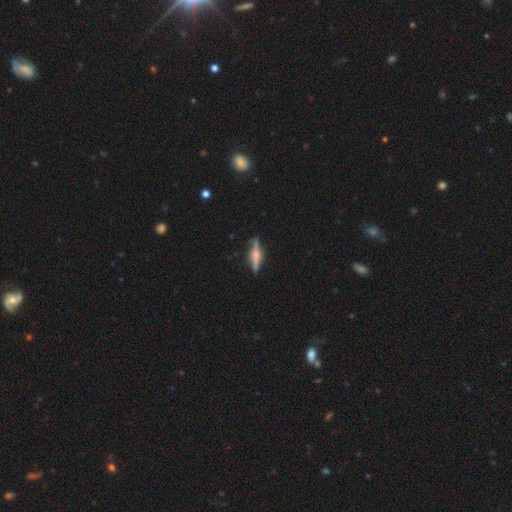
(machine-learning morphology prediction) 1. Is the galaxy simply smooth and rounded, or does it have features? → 65% featured or disk, 29% smooth, 6% star or artifact.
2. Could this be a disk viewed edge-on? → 96% yes, 4% no.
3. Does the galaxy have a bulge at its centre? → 78% rounded, 15% boxy, 7% none.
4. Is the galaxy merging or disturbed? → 86% none, 10% minor disturbance, 2% major disturbance, 1% merger.